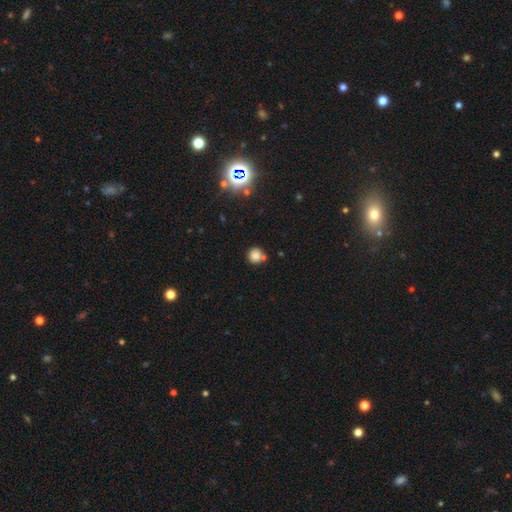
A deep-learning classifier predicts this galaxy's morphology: Smooth or featured? Predicted: smooth (p=0.80). How rounded? Predicted: round (p=0.91). Merging? Predicted: none (p=0.67).